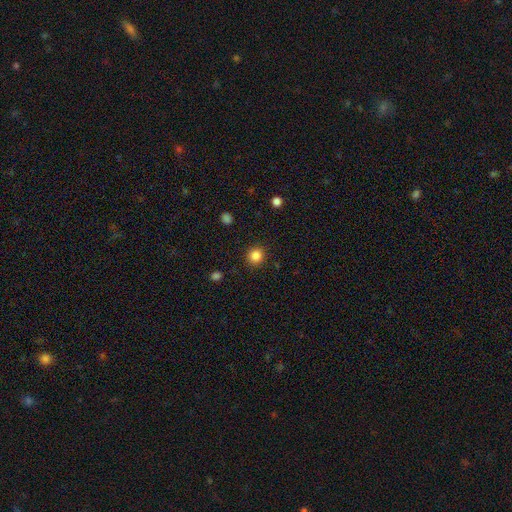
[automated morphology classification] Smooth or featured: smooth — 85% (star or artifact — 12%)
How rounded: round — 92% (in between — 7%)
Merging: none — 91% (minor disturbance — 6%)